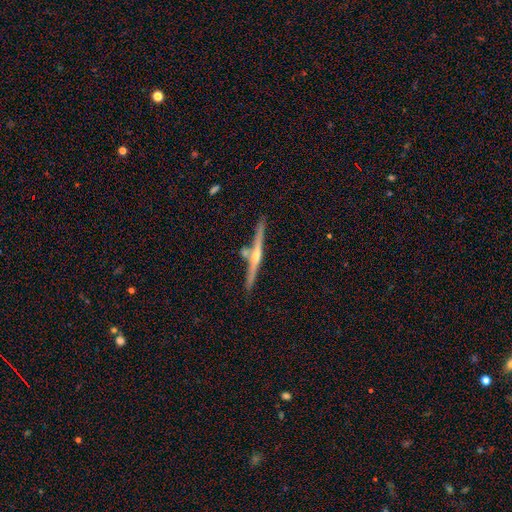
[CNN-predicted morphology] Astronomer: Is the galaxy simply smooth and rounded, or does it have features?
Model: featured or disk — 79%.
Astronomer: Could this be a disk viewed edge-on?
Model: yes — 98%.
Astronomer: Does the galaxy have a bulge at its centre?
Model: rounded — 86%.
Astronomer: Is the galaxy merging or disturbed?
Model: none — 83%.